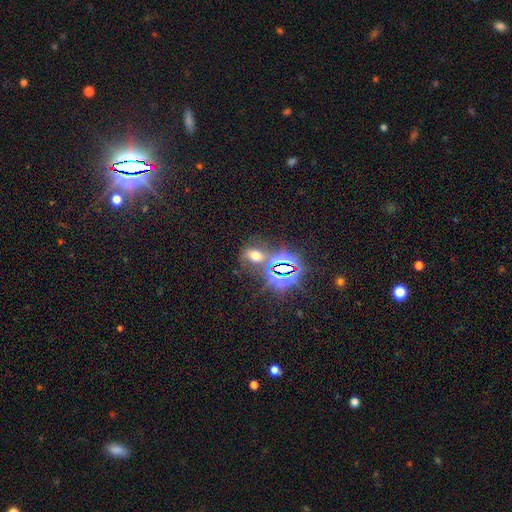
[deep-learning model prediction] Smooth or featured? Predicted: star or artifact (p=0.44).